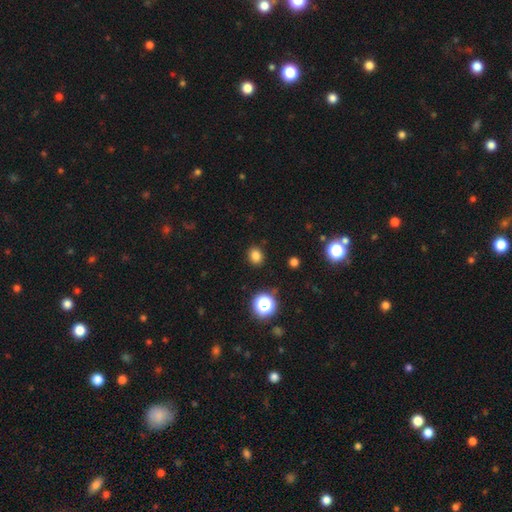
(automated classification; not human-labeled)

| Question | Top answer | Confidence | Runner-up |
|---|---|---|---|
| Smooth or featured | smooth | 80% | star or artifact (15%) |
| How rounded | round | 65% | in between (34%) |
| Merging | none | 89% | minor disturbance (7%) |